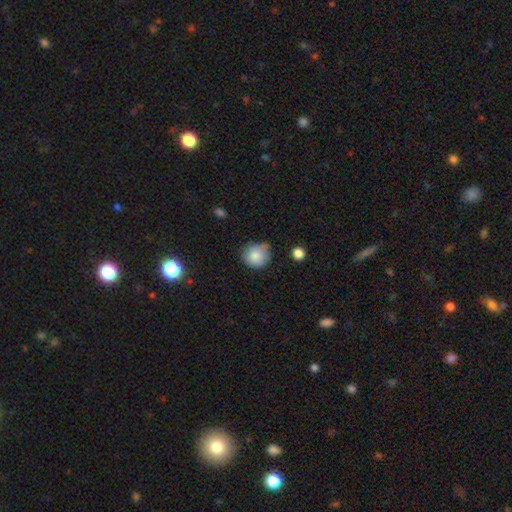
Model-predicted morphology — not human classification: Smooth or featured?
  - smooth: 84% *
  - star or artifact: 9%
  - featured or disk: 7%
How rounded?
  - round: 87% *
  - in between: 12%
  - cigar-shaped: 1%
Merging?
  - none: 64% *
  - minor disturbance: 27%
  - major disturbance: 5%
  - merger: 4%